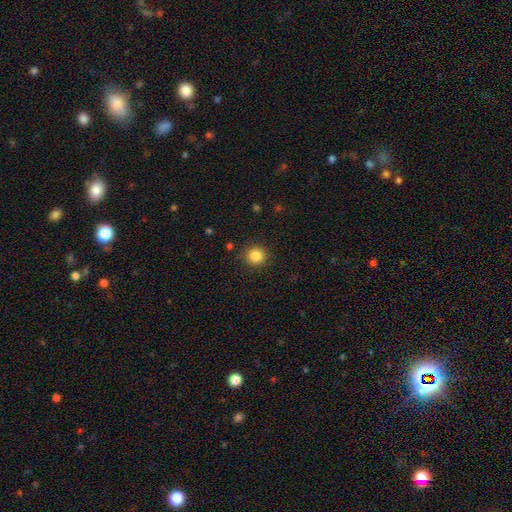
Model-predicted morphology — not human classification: smooth_or_featured: smooth (p=0.84) [alt: star or artifact p=0.11]
how_rounded: round (p=0.93) [alt: in between p=0.06]
merging: none (p=0.89) [alt: minor disturbance p=0.07]